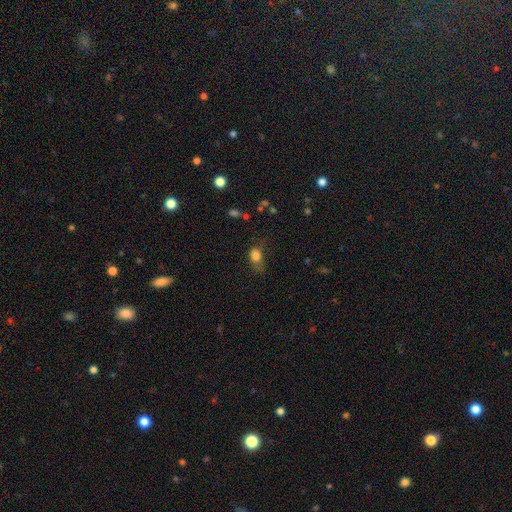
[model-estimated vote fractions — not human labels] Smooth or featured? Predicted: smooth (p=0.79). How rounded? Predicted: in between (p=0.74). Merging? Predicted: none (p=0.39).